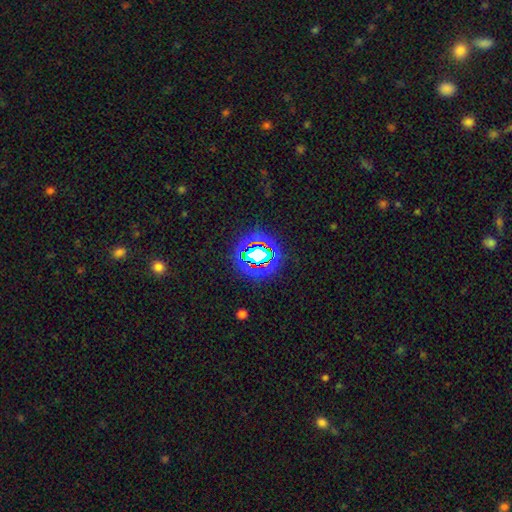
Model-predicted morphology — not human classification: star or artifact 68%, smooth 20%, featured or disk 12%.